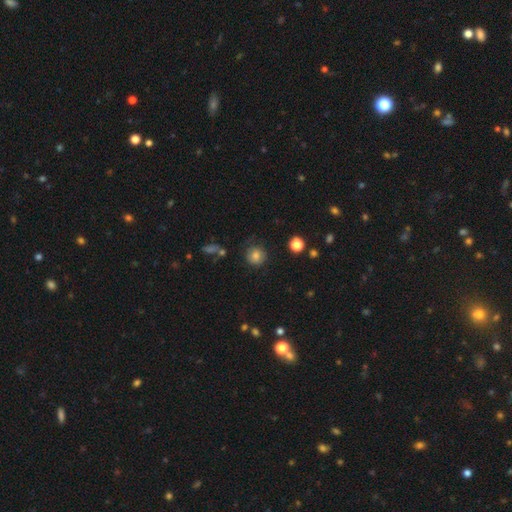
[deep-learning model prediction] Smooth or featured? Predicted: smooth (p=0.80). How rounded? Predicted: round (p=0.90). Merging? Predicted: none (p=0.80).